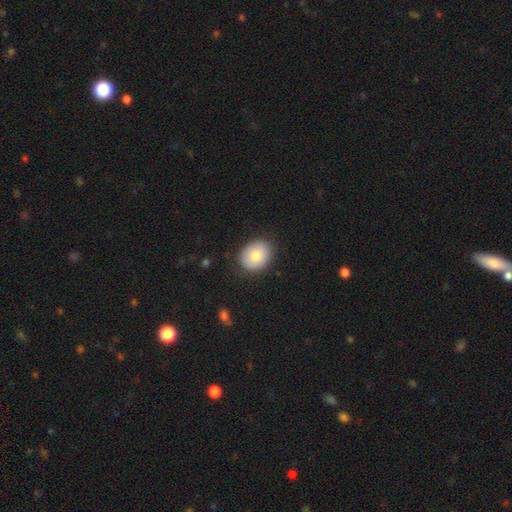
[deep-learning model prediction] A smooth galaxy with no disk features (79%) that is in between round and cigar-shaped (50%).

Vote fractions:
- Smooth or featured? smooth: 79% / featured or disk: 13% / star or artifact: 8%
- How rounded? in between: 50% / round: 49% / cigar-shaped: 1%
- Merging? none: 86% / minor disturbance: 10% / major disturbance: 2% / merger: 1%